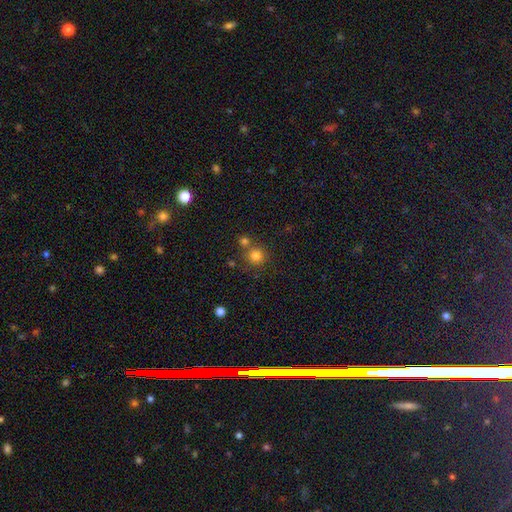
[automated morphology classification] Q: Smooth or featured?
A: smooth (80%); runner-up: star or artifact (14%)
Q: How rounded?
A: round (92%); runner-up: in between (7%)
Q: Merging?
A: none (67%); runner-up: merger (22%)